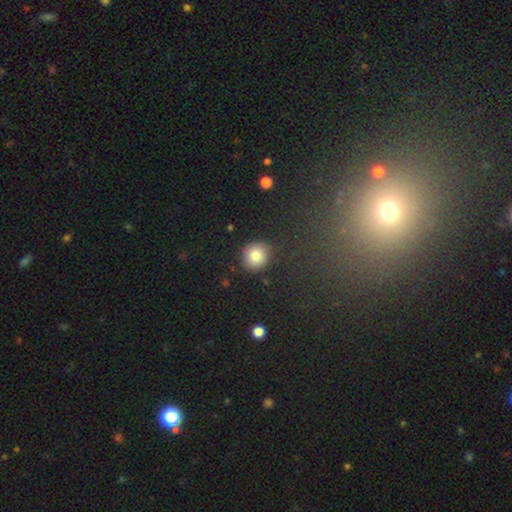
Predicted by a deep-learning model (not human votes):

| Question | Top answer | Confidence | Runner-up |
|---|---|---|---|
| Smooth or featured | smooth | 84% | star or artifact (9%) |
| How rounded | round | 84% | in between (15%) |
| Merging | none | 86% | minor disturbance (9%) |